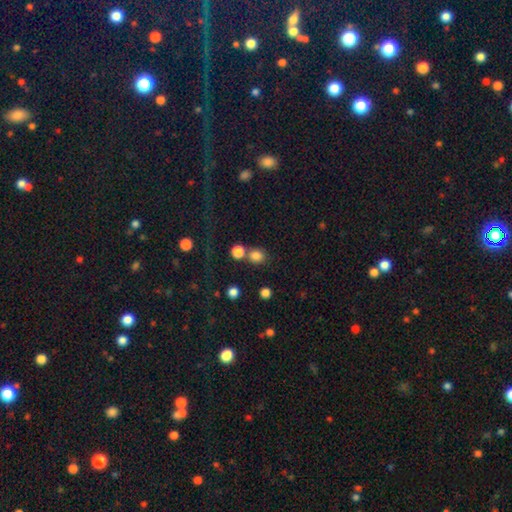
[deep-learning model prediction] Smooth or featured: smooth — 81% (star or artifact — 14%)
How rounded: round — 77% (in between — 22%)
Merging: none — 64% (merger — 22%)